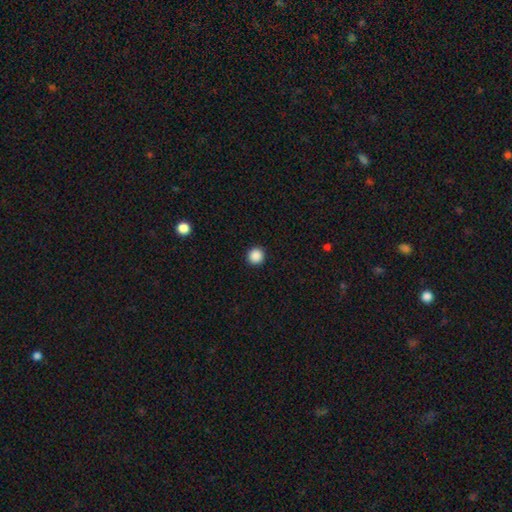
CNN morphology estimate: This is clearly a smooth galaxy (88%). How rounded: clearly round (94%). Merging: clearly none (93%).